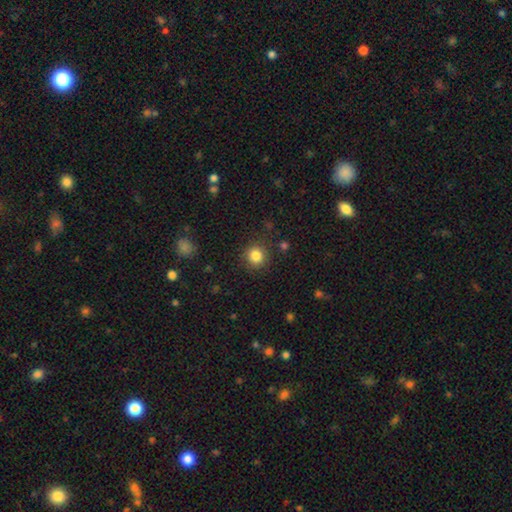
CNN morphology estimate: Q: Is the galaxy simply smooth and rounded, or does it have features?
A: smooth — 84%.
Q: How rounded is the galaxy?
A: round — 89%.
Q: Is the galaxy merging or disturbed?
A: none — 88%.